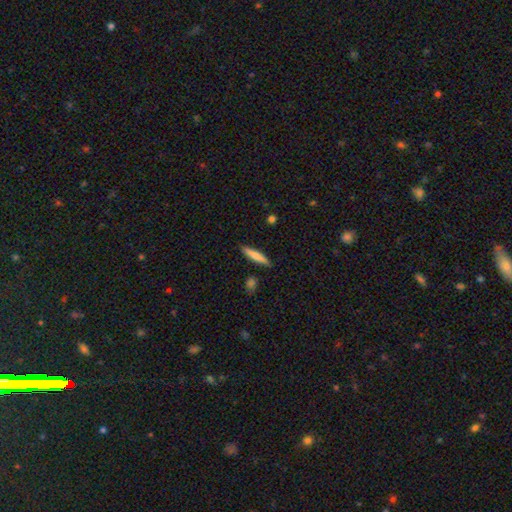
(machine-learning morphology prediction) type=smooth (73%); roundness=cigar-shaped (87%); merging=none (87%).